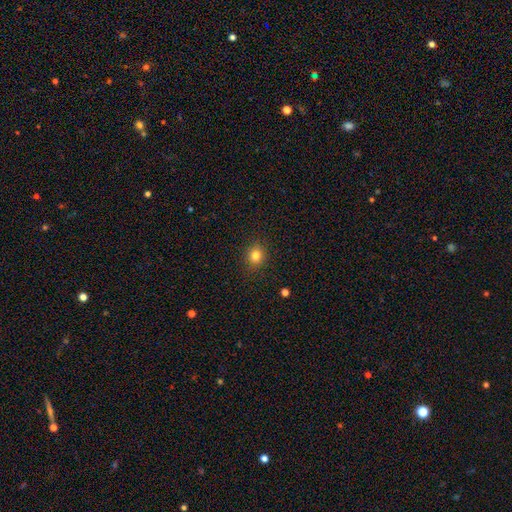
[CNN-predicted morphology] A smooth galaxy with no disk features (81%) that is round (82%). Merging: none (90%).